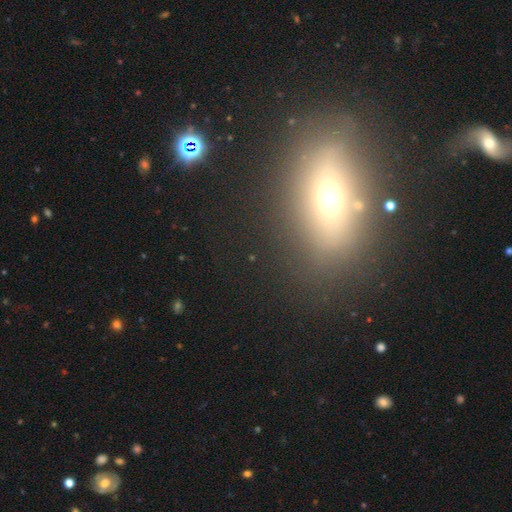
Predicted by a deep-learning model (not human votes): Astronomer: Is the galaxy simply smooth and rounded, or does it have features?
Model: smooth — 47% (runner-up: featured or disk, 31%).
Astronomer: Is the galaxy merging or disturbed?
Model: none — 80%.